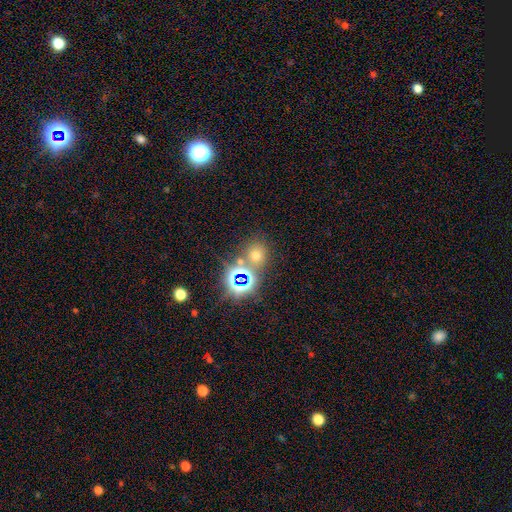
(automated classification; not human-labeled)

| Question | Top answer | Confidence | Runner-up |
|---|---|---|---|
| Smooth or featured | smooth | 52% | star or artifact (40%) |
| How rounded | round | 80% | in between (19%) |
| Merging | none | 70% | merger (18%) |